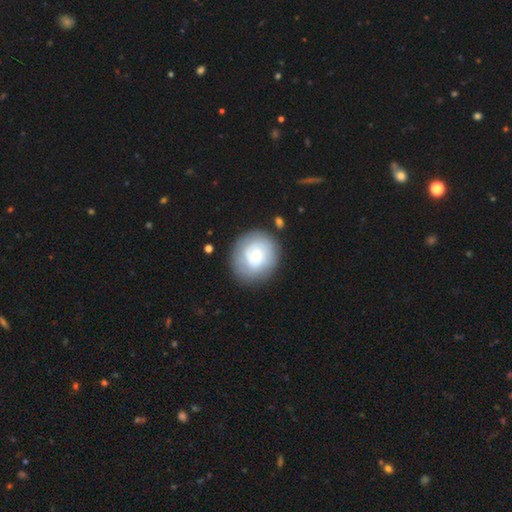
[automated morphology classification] Overall: featured or disk (53%; smooth 40%). Edge-on disk: no (97%). Bar: no (77%). Spiral arms: yes (70%; no 30%). Bulge size: small (53%; moderate 36%). Merging: none (79%).